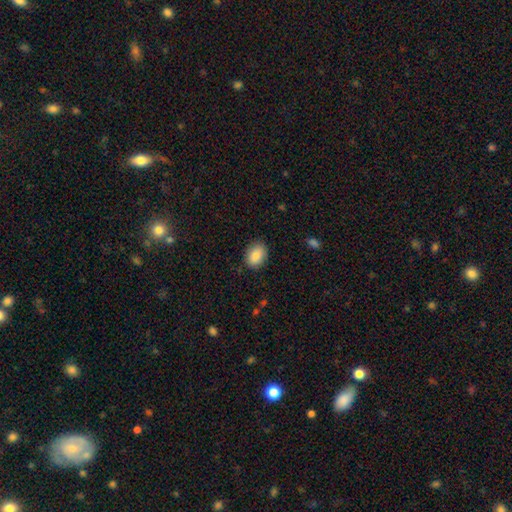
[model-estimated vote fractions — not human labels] Smooth or featured? Predicted: smooth (p=0.88). How rounded? Predicted: in between (p=0.72). Merging? Predicted: none (p=0.84).